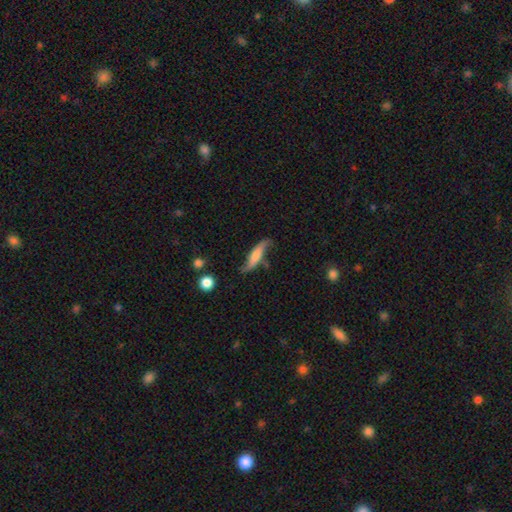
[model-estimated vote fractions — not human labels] Morphology: type=smooth (47%); merging=none (59%).